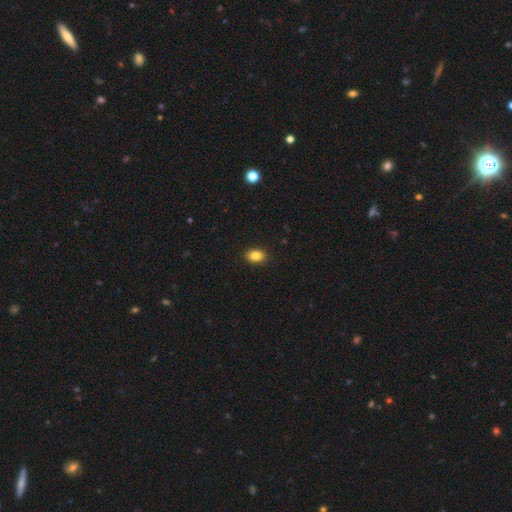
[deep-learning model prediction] smooth_or_featured: smooth (p=0.86) [alt: star or artifact p=0.09]
how_rounded: in between (p=0.77) [alt: round p=0.22]
merging: none (p=0.90) [alt: minor disturbance p=0.07]